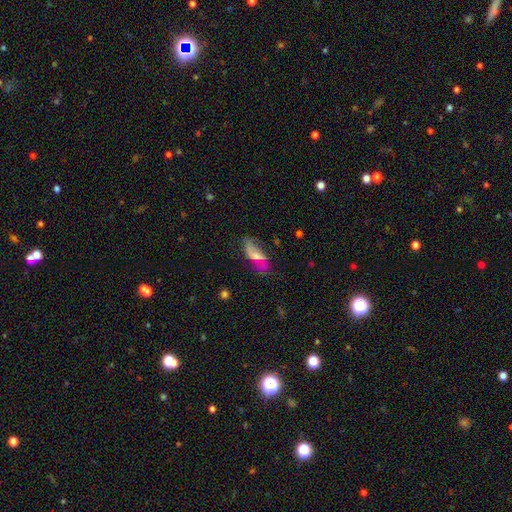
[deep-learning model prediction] This appears to be a featured or disk galaxy (50%). Merging: none (59%).